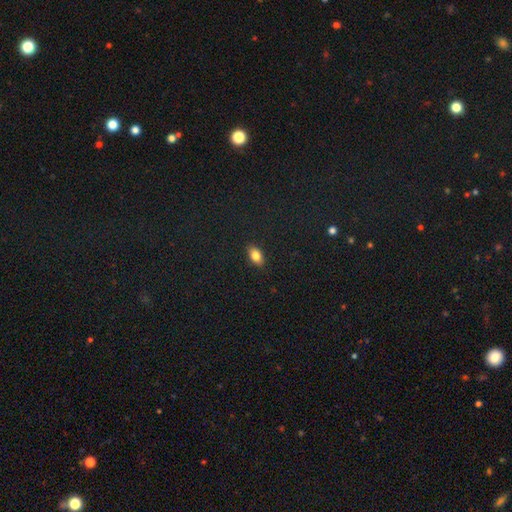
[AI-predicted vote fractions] The model was most divided on "smooth or featured": smooth: 80%, featured or disk: 11%, star or artifact: 9%. More confident: how rounded — in between (89%); merging — none (89%).